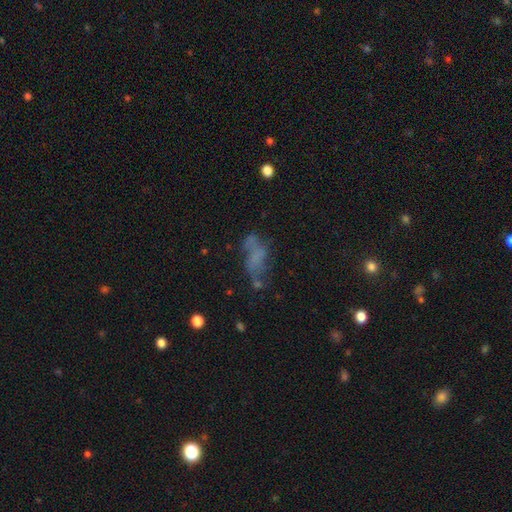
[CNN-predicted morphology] A smooth galaxy with no disk features (41%). Merging: none (40%).